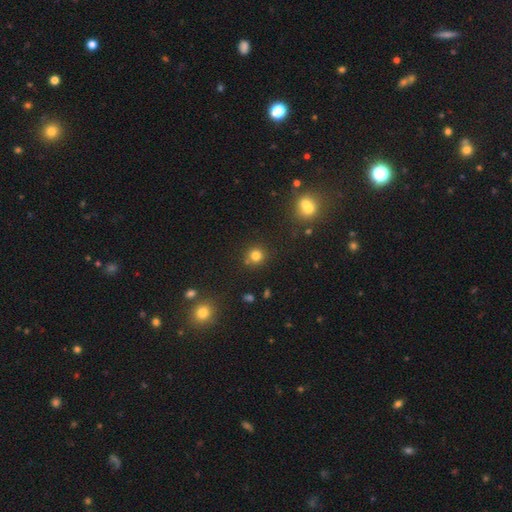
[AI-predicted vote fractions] A smooth galaxy with no disk features (77%) that is round (91%).

Vote fractions:
- Smooth or featured? smooth: 77% / star or artifact: 16% / featured or disk: 7%
- How rounded? round: 91% / in between: 8% / cigar-shaped: 1%
- Merging? none: 79% / minor disturbance: 9% / merger: 9% / major disturbance: 3%